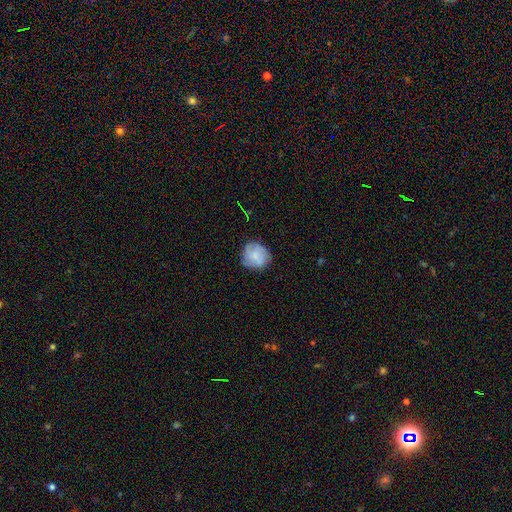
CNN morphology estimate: This is likely a smooth galaxy (66%). How rounded: clearly round (85%). Merging: likely none (76%).